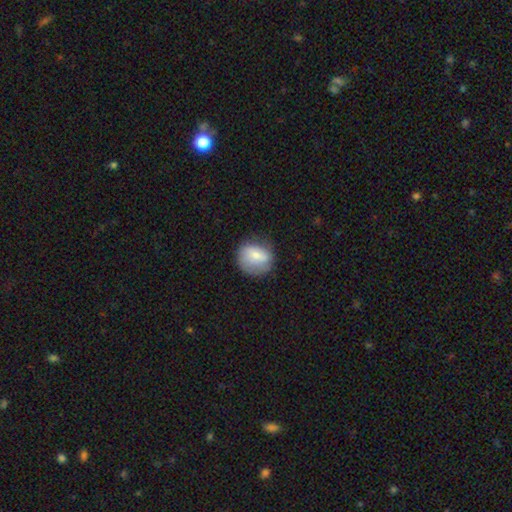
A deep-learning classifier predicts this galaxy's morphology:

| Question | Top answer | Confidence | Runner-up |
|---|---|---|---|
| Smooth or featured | smooth | 69% | featured or disk (23%) |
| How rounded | round | 70% | in between (29%) |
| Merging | none | 64% | minor disturbance (25%) |